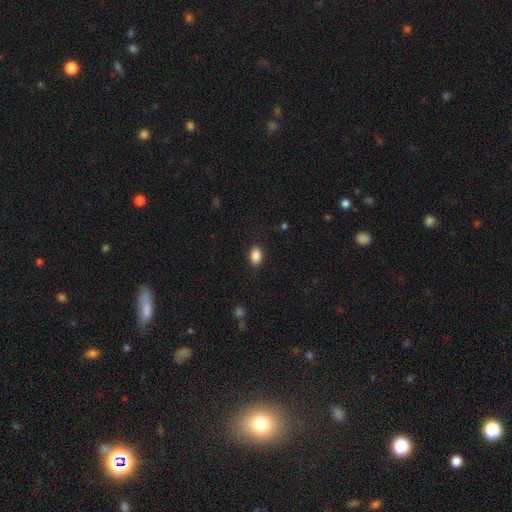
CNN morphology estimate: Smooth or featured: smooth — 88% (star or artifact — 9%)
How rounded: in between — 81% (round — 18%)
Merging: none — 88% (minor disturbance — 9%)